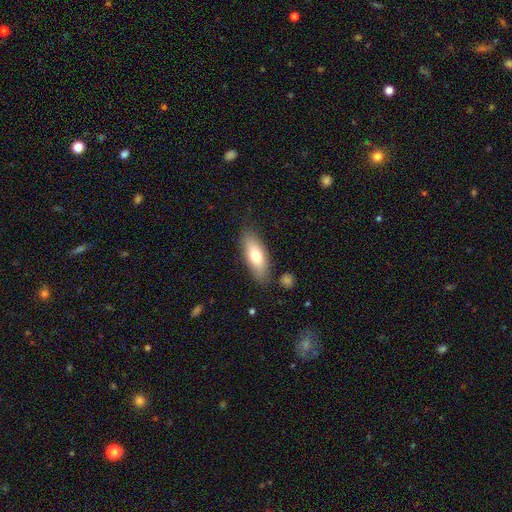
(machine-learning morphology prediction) Smooth or featured: smooth — 70% (featured or disk — 23%)
How rounded: in between — 73% (cigar-shaped — 24%)
Merging: none — 82% (minor disturbance — 12%)